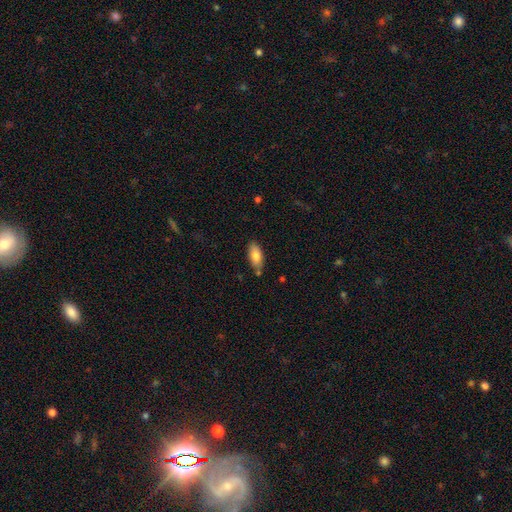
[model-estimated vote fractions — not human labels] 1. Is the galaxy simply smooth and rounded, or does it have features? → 78% smooth, 15% featured or disk, 7% star or artifact.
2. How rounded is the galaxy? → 85% in between, 13% cigar-shaped, 2% round.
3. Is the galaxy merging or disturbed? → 76% none, 15% minor disturbance, 6% merger, 3% major disturbance.